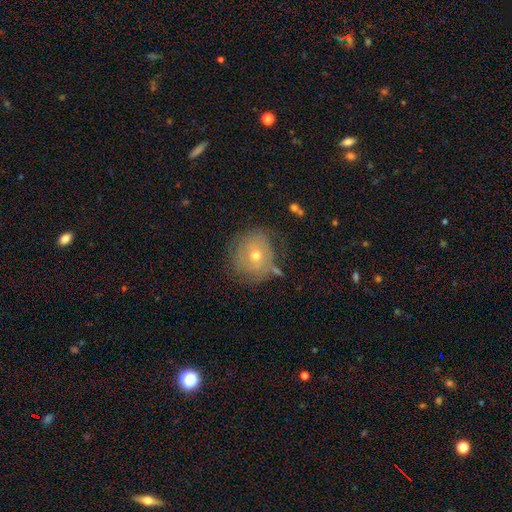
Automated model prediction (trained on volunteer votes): smooth_or_featured: smooth (p=0.45) [tied with: featured or disk p=0.45]
merging: none (p=0.69) [alt: minor disturbance p=0.20]